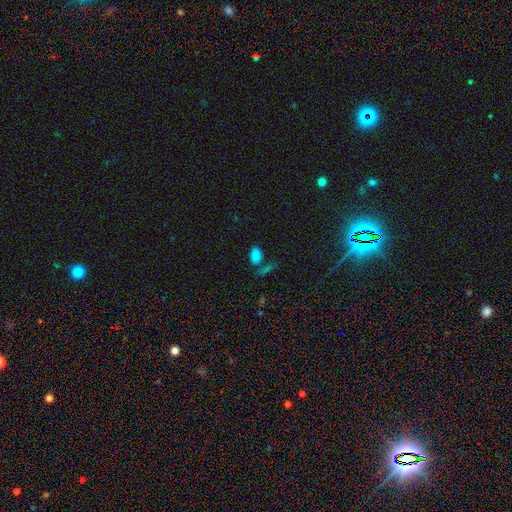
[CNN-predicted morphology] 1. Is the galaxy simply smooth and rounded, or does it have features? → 76% smooth, 19% star or artifact, 5% featured or disk.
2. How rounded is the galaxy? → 89% in between, 8% round, 3% cigar-shaped.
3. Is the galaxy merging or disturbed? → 61% none, 20% merger, 13% minor disturbance, 6% major disturbance.